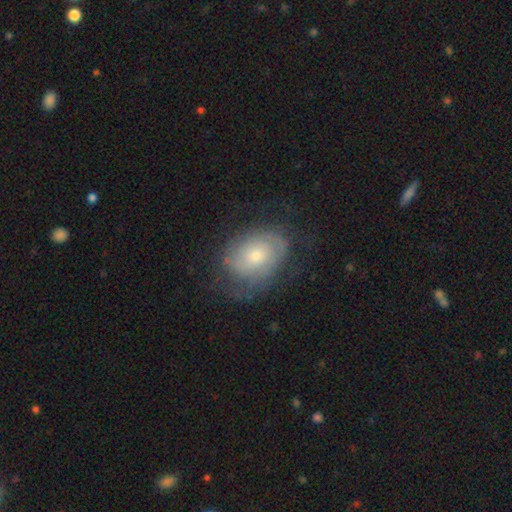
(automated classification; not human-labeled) smooth_or_featured: featured or disk (p=0.58) [alt: smooth p=0.35]
disk_edge_on: no (p=0.96) [alt: yes p=0.04]
bar: no (p=0.79) [alt: weak p=0.18]
has_spiral_arms: yes (p=0.77) [alt: no p=0.23]
bulge_size: small (p=0.48) [alt: moderate p=0.45]
merging: none (p=0.63) [alt: minor disturbance p=0.23]